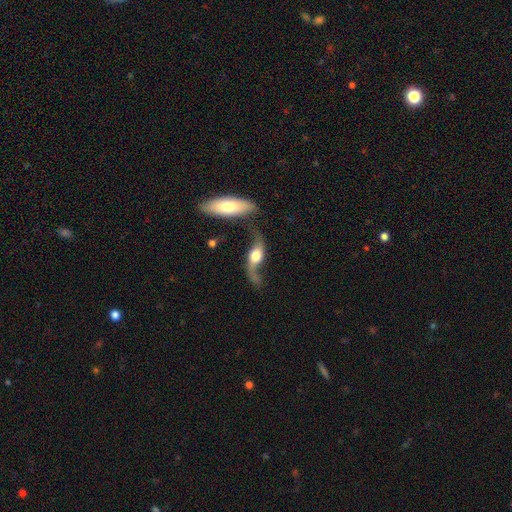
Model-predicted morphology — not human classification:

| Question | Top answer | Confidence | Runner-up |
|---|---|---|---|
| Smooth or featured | featured or disk | 79% | smooth (16%) |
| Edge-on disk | no | 85% | yes (15%) |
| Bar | no | 58% | weak (30%) |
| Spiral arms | yes | 92% | no (8%) |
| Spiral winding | loose | 91% | medium (6%) |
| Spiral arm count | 2 | 89% | 1 (6%) |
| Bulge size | moderate | 51% | large (32%) |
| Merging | none | 46% | major disturbance (18%) |